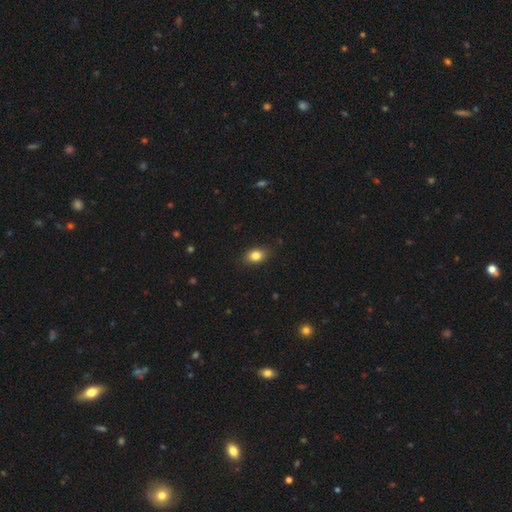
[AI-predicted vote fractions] Q: Smooth or featured?
A: smooth (83%); runner-up: star or artifact (9%)
Q: How rounded?
A: in between (77%); runner-up: round (21%)
Q: Merging?
A: none (86%); runner-up: minor disturbance (11%)